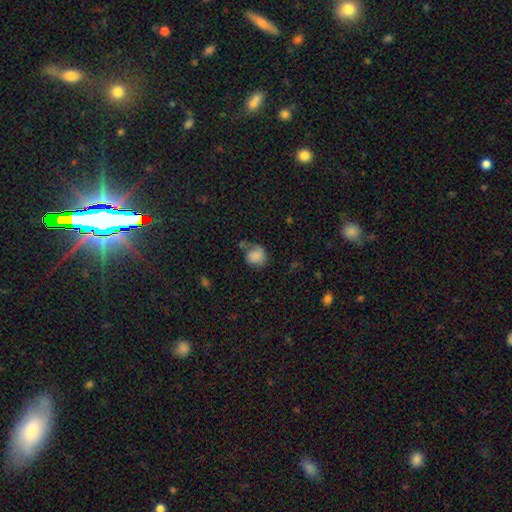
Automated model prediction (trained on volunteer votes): Q: Smooth or featured?
A: smooth (83%); runner-up: star or artifact (10%)
Q: How rounded?
A: round (76%); runner-up: in between (23%)
Q: Merging?
A: none (53%); runner-up: minor disturbance (26%)